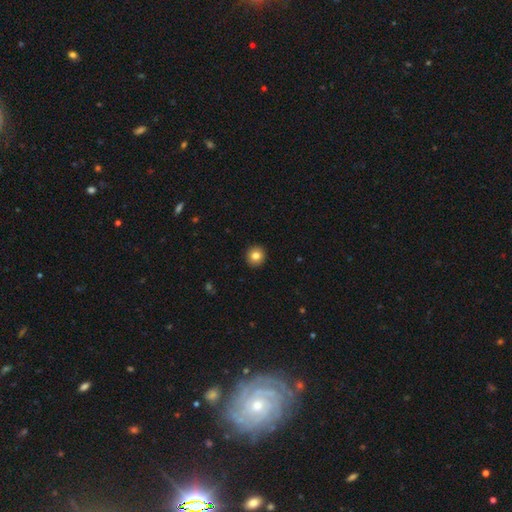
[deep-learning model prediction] smooth 83%, star or artifact 10%, featured or disk 8%. Down the decision tree: how rounded — round (92%); merging — none (93%).